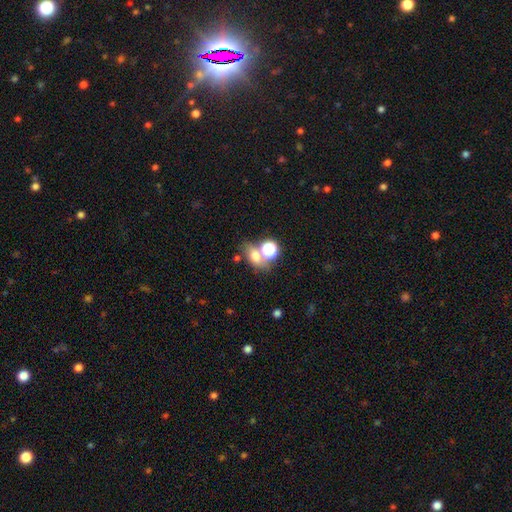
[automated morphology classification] This is likely a smooth galaxy (66%). How rounded: possibly in between (60%). Merging: possibly none (46%).